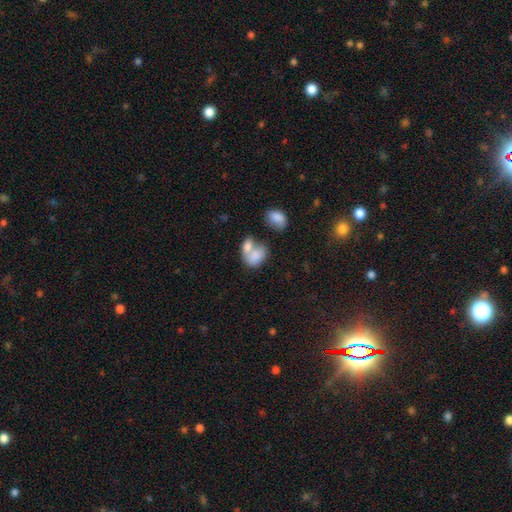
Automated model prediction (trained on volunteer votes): Morphology: type=smooth (76%); roundness=in between (79%); merging=merger (63%).